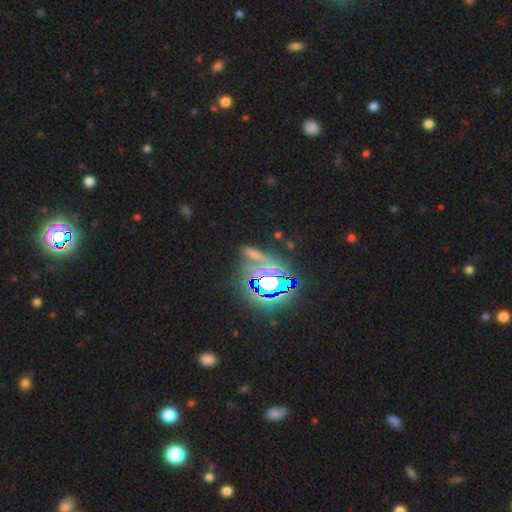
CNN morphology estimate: A star or artifact, not a galaxy (56%).